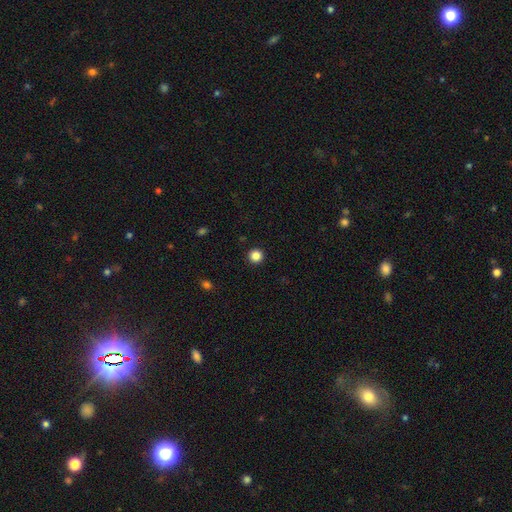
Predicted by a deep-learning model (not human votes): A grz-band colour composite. It shows a smooth galaxy with no disk features (85%) that is round (96%). Merging: none (93%).